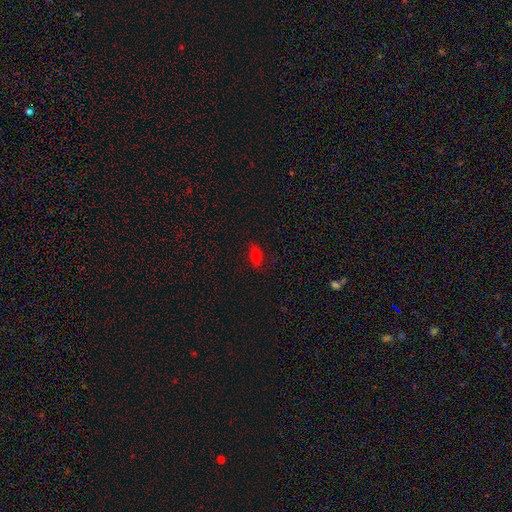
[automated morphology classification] A smooth galaxy with no disk features (74%) that is in between round and cigar-shaped (81%). Merging: none (83%).